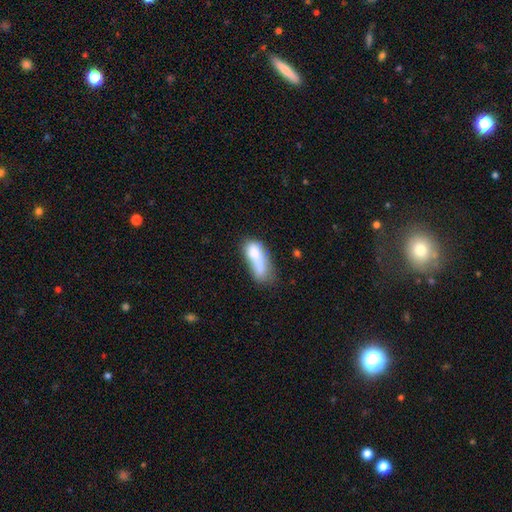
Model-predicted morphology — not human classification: A smooth galaxy with no disk features (70%) that is in between round and cigar-shaped (65%). Merging: major disturbance (27%).